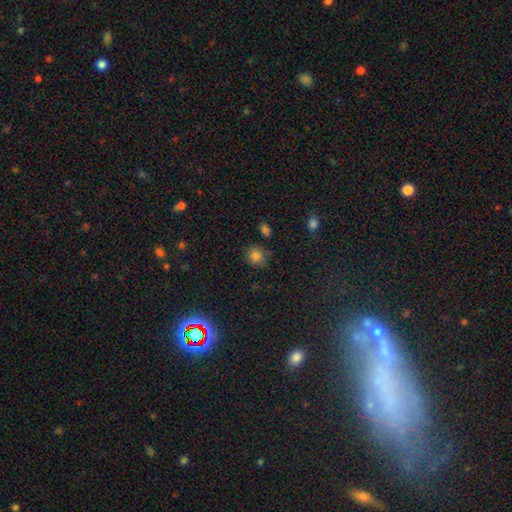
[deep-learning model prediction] Smooth or featured? Predicted: smooth (p=0.80). How rounded? Predicted: round (p=0.81). Merging? Predicted: none (p=0.75).